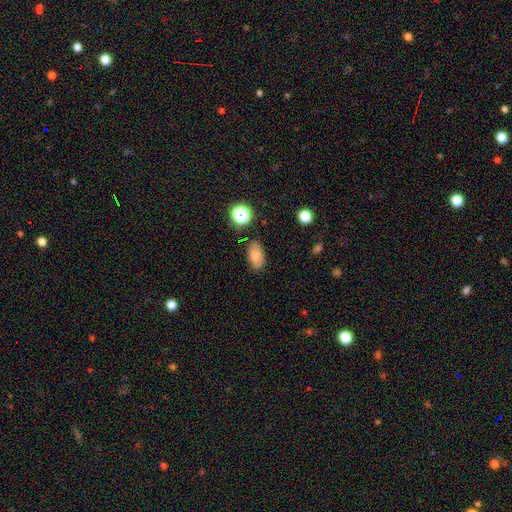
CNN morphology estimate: smooth_or_featured: smooth (p=0.76) [alt: featured or disk p=0.13]
how_rounded: in between (p=0.90) [alt: round p=0.08]
merging: none (p=0.83) [alt: minor disturbance p=0.12]